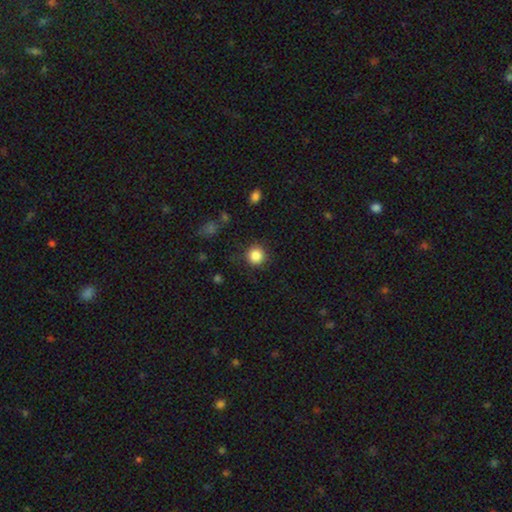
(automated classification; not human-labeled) Q: Smooth or featured?
A: smooth (85%); runner-up: star or artifact (11%)
Q: How rounded?
A: round (93%); runner-up: in between (6%)
Q: Merging?
A: none (87%); runner-up: minor disturbance (8%)